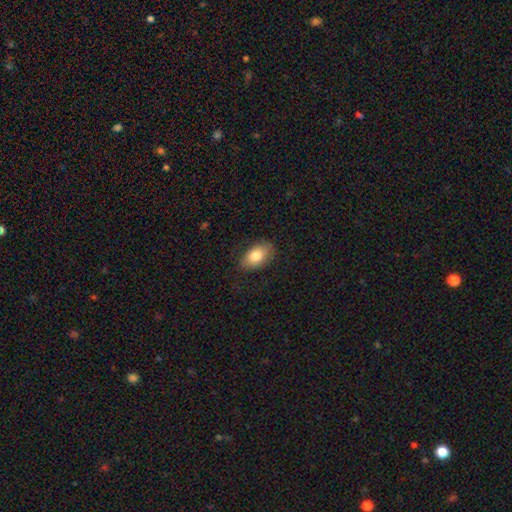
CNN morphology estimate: This is likely a smooth galaxy (80%). How rounded: clearly in between (92%). Merging: likely none (79%).